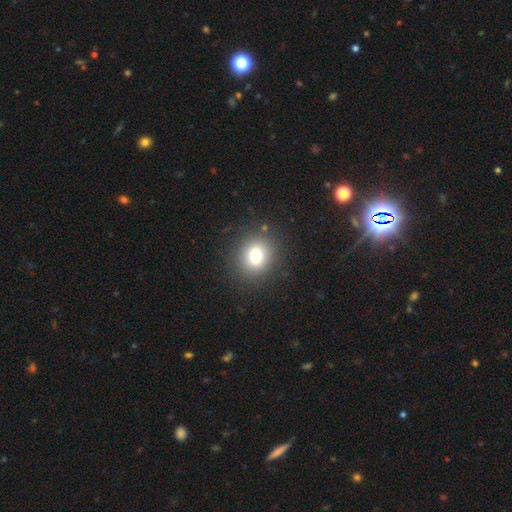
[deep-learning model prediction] The model was most divided on "how rounded": round: 78%, in between: 21%, cigar-shaped: 1%. More confident: merging — none (87%); smooth or featured — smooth (77%).